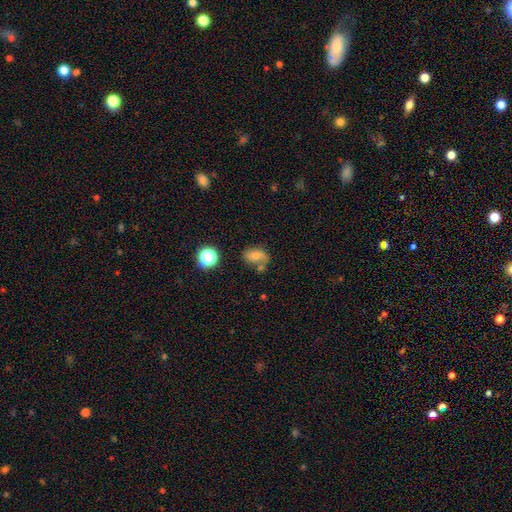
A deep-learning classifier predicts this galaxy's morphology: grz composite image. It shows a smooth galaxy with no disk features (59%) that is in between round and cigar-shaped (76%). Merging: none (47%).